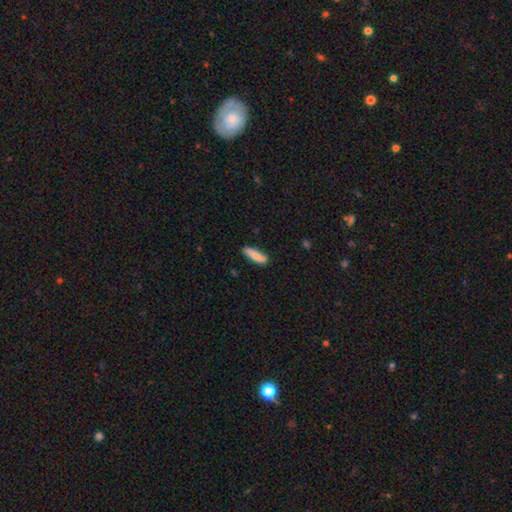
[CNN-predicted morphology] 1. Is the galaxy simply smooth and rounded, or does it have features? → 84% smooth, 10% featured or disk, 6% star or artifact.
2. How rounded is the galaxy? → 58% cigar-shaped, 41% in between, 2% round.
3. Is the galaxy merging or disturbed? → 82% none, 14% minor disturbance, 2% major disturbance, 1% merger.